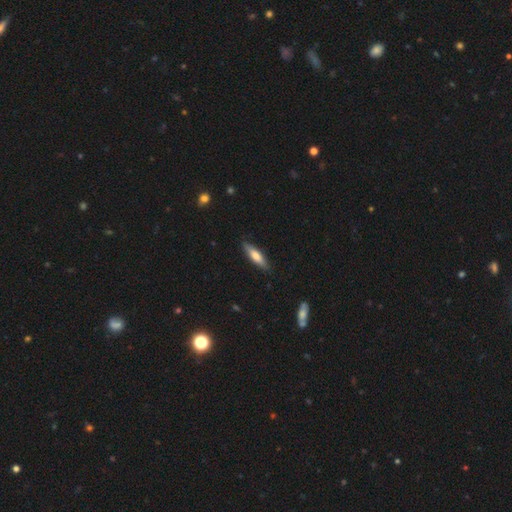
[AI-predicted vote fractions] smooth 64%, featured or disk 31%, star or artifact 5%. Down the decision tree: how rounded — cigar-shaped (73%); merging — none (87%).